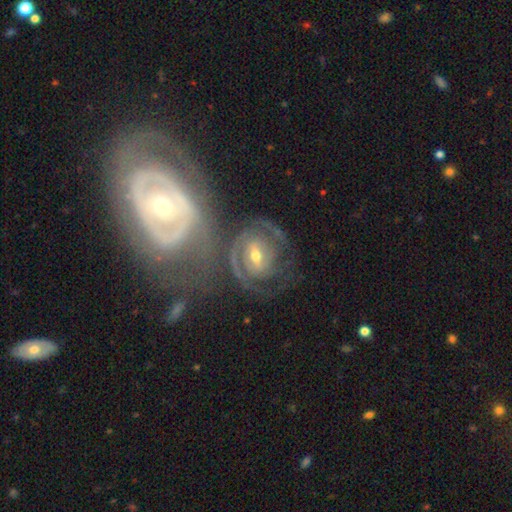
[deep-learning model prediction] A featured or disk galaxy (84%) with a weak bar (45%), 2 (48%) tight (65%) spiral arms (92%) and a moderate central bulge (58%). Merging: none (46%).